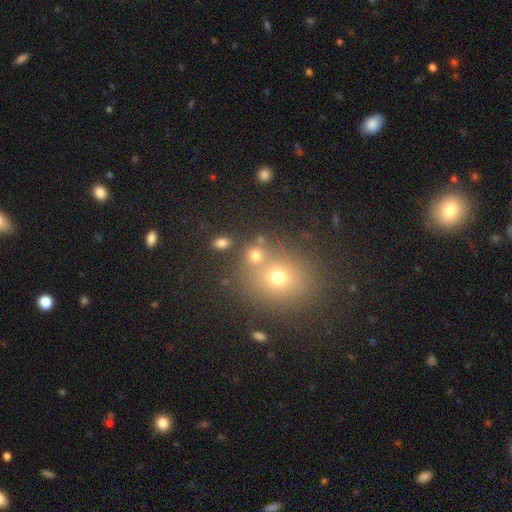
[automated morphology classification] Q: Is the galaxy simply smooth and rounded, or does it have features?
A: smooth — 70%.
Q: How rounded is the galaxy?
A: round — 72%.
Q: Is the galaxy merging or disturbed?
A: none — 62%.